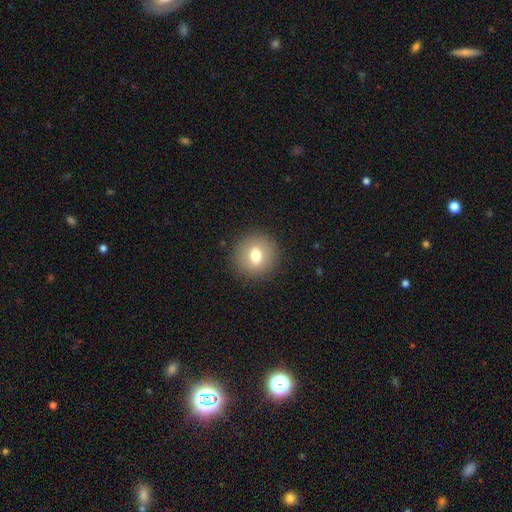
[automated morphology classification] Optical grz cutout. It shows a smooth galaxy with no disk features (71%) that is round (86%). Merging: none (89%).